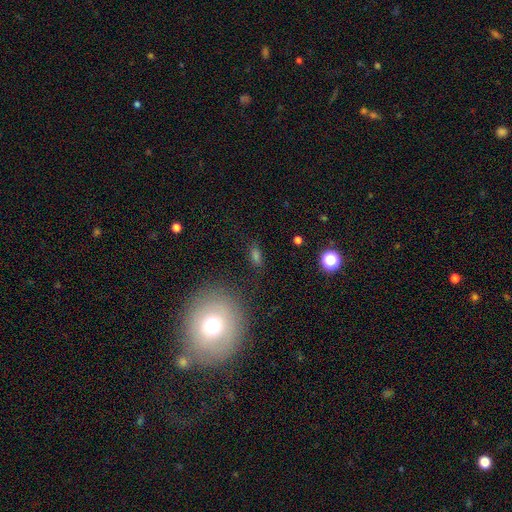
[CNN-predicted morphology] Overall: smooth (64%; star or artifact 24%). How rounded: in between (68%). Merging: none (79%).